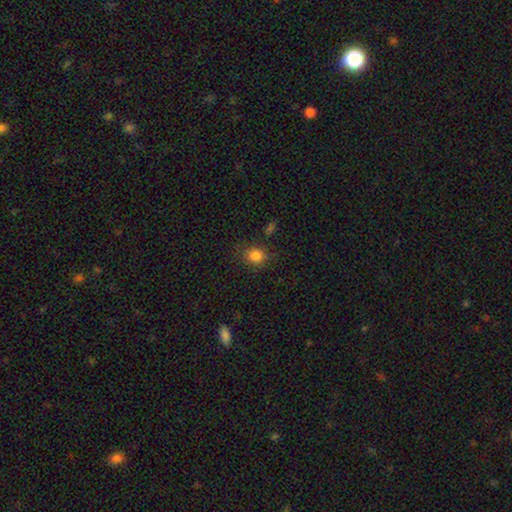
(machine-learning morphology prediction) A smooth galaxy with no disk features (83%) that is round (76%).

Vote fractions:
- Smooth or featured? smooth: 83% / star or artifact: 12% / featured or disk: 5%
- How rounded? round: 76% / in between: 23% / cigar-shaped: 1%
- Merging? none: 81% / minor disturbance: 12% / major disturbance: 4% / merger: 3%